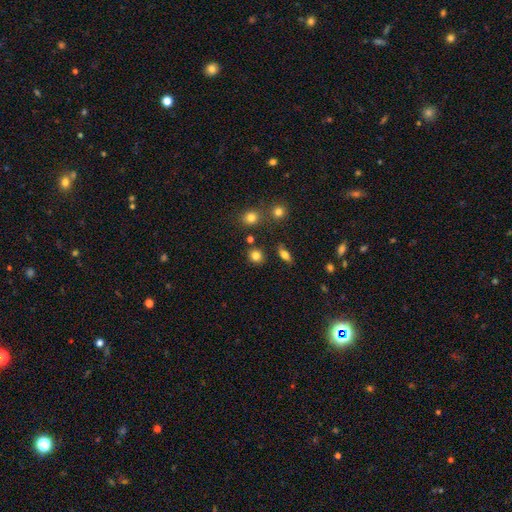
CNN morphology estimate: Overall: smooth (82%). How rounded: round (82%). Merging: none (83%).